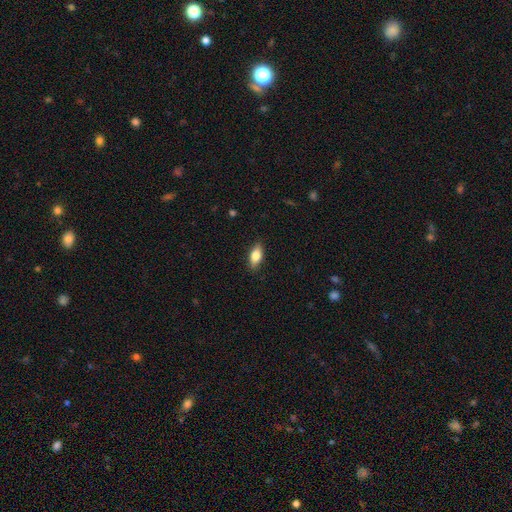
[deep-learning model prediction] Smooth or featured? smooth (78%)
How rounded? in between (83%)
Merging? none (88%)